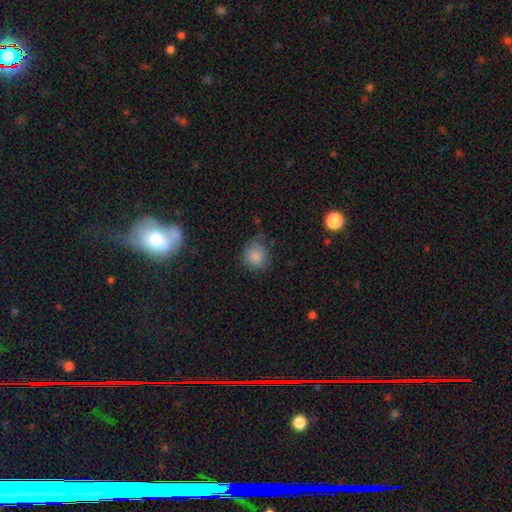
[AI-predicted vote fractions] The model was most divided on "merging": none: 70%, minor disturbance: 22%, major disturbance: 6%, merger: 2%. More confident: smooth or featured — smooth (84%); how rounded — round (83%).